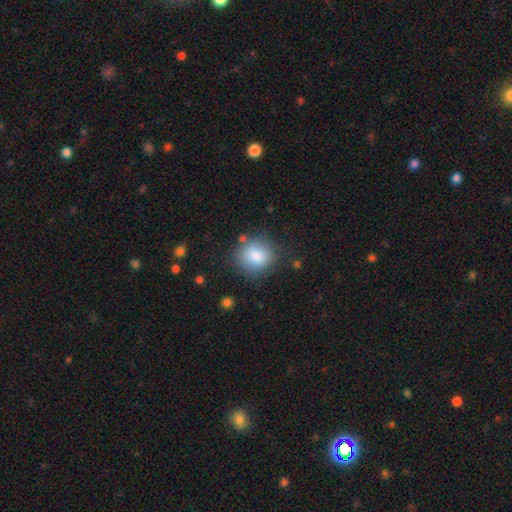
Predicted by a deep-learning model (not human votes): Q: Smooth or featured?
A: smooth (84%); runner-up: star or artifact (8%)
Q: How rounded?
A: round (81%); runner-up: in between (18%)
Q: Merging?
A: none (76%); runner-up: minor disturbance (15%)